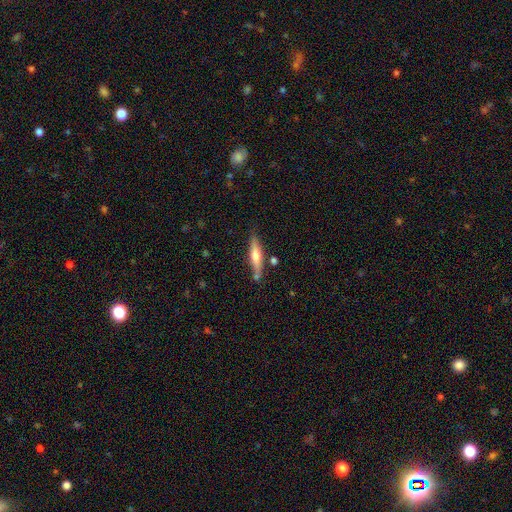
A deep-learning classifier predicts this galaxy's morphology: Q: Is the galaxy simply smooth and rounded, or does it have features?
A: featured or disk — 50%.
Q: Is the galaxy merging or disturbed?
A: none — 76%.